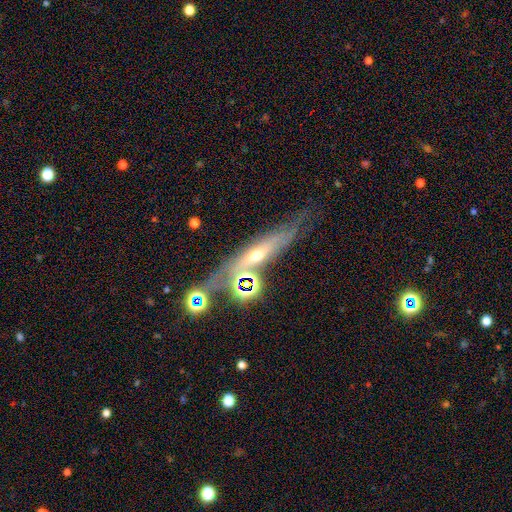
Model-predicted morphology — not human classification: Smooth or featured? featured or disk (59%)
Edge-on disk? yes (65%)
Merging? none (53%)